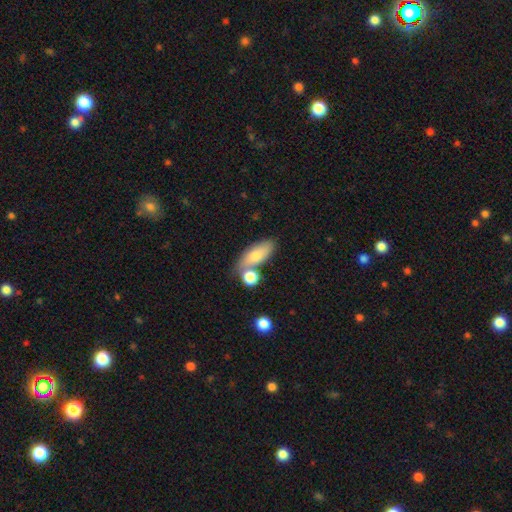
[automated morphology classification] Smooth or featured?
  - smooth: 74% *
  - featured or disk: 19%
  - star or artifact: 7%
How rounded?
  - in between: 75% *
  - cigar-shaped: 19%
  - round: 5%
Merging?
  - none: 58% *
  - merger: 23%
  - minor disturbance: 15%
  - major disturbance: 5%